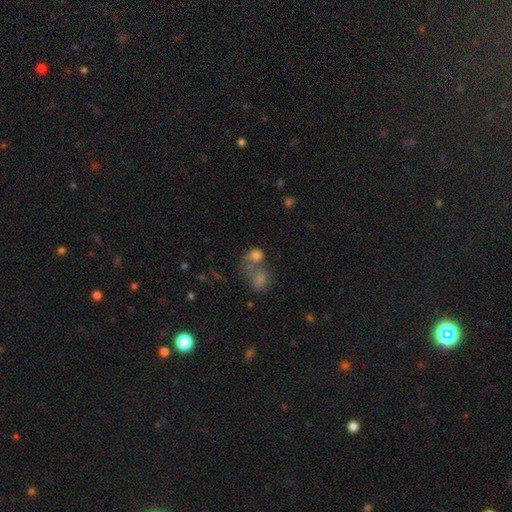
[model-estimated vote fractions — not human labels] smooth-or-featured: smooth: 77% | star or artifact: 13% | featured or disk: 11%
  how-rounded: round: 66% | in between: 32% | cigar-shaped: 1%
  merging: merger: 49% | none: 33% | minor disturbance: 10% | major disturbance: 7%